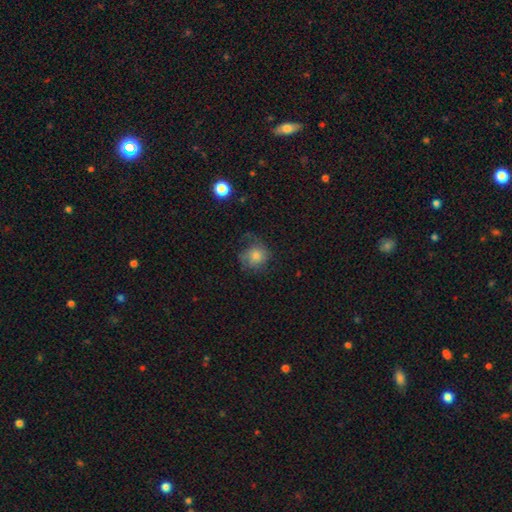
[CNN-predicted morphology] Smooth or featured? Predicted: smooth (p=0.58). How rounded? Predicted: round (p=0.79). Merging? Predicted: none (p=0.52).